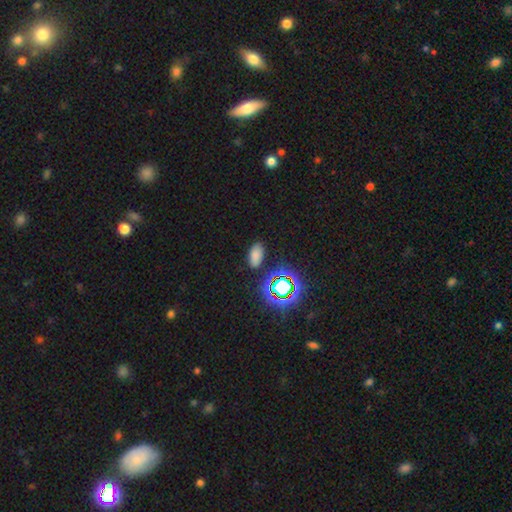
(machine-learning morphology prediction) smooth_or_featured: smooth (p=0.71) [alt: star or artifact p=0.23]
how_rounded: in between (p=0.92) [alt: round p=0.05]
merging: none (p=0.84) [alt: minor disturbance p=0.11]